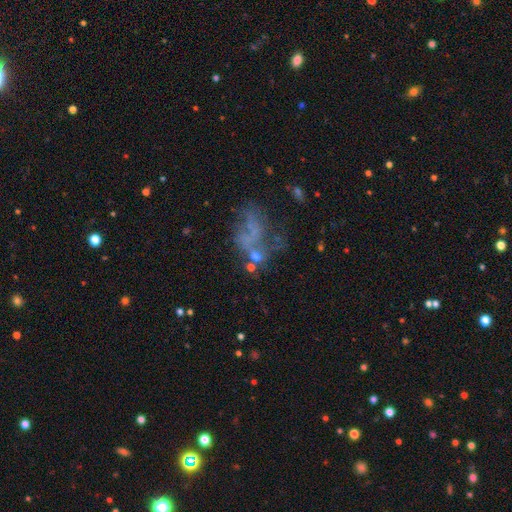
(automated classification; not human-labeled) featured or disk 52%, smooth 27%, star or artifact 22%. Down the decision tree: edge-on disk — no (97%); bar — no (83%); spiral arms — no (74%); bulge size — none (74%); merging — major disturbance (35%).